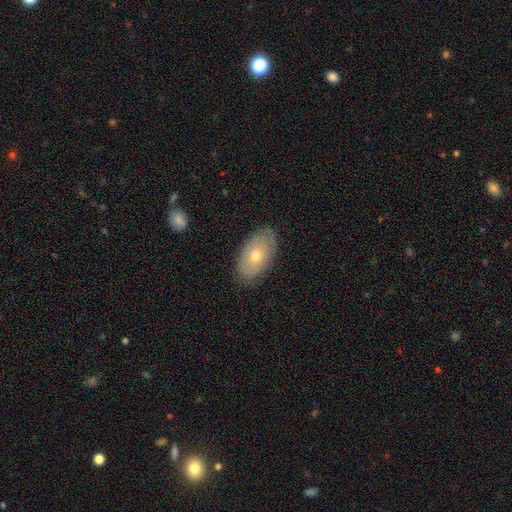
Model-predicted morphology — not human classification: A smooth galaxy with no disk features (59%) that is in between round and cigar-shaped (93%). Merging: none (83%).